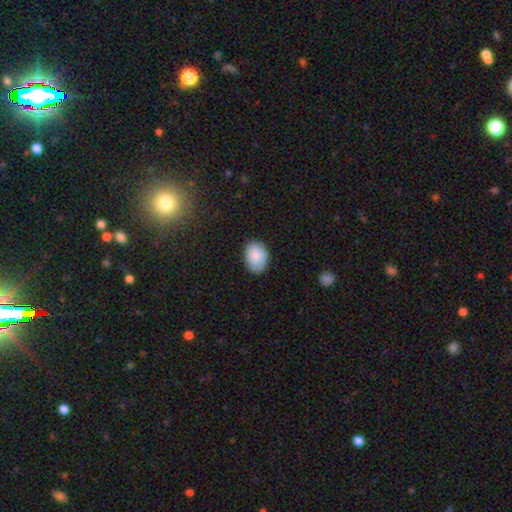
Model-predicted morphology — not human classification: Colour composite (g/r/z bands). It shows a smooth galaxy with no disk features (88%) that is in between round and cigar-shaped (78%). Merging: none (77%).